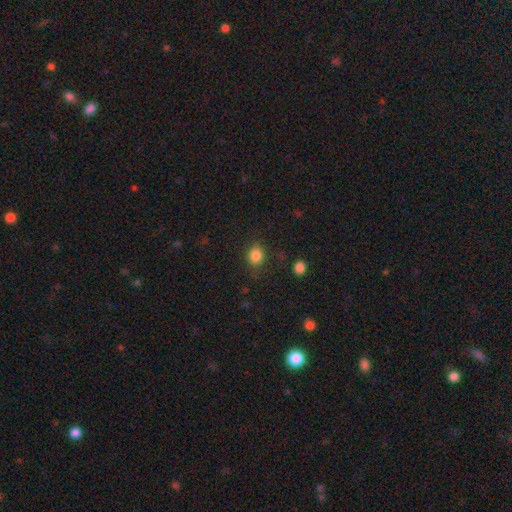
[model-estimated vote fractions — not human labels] smooth 84%, star or artifact 11%, featured or disk 4%. Down the decision tree: how rounded — round (71%); merging — none (83%).